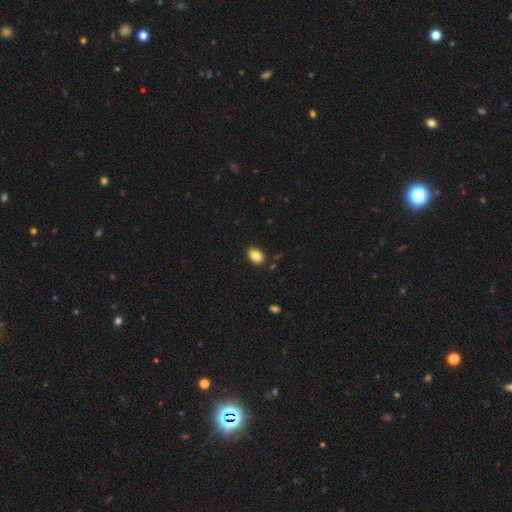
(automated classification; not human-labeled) smooth-or-featured: smooth: 86% | star or artifact: 8% | featured or disk: 6%
  how-rounded: in between: 84% | round: 15% | cigar-shaped: 1%
  merging: none: 87% | minor disturbance: 9% | major disturbance: 2% | merger: 2%